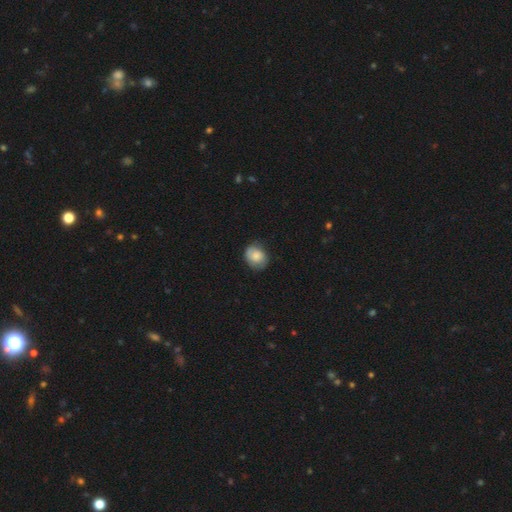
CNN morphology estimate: The model was most divided on "how rounded": round: 58%, in between: 41%, cigar-shaped: 1%. More confident: smooth or featured — smooth (75%); merging — none (71%).